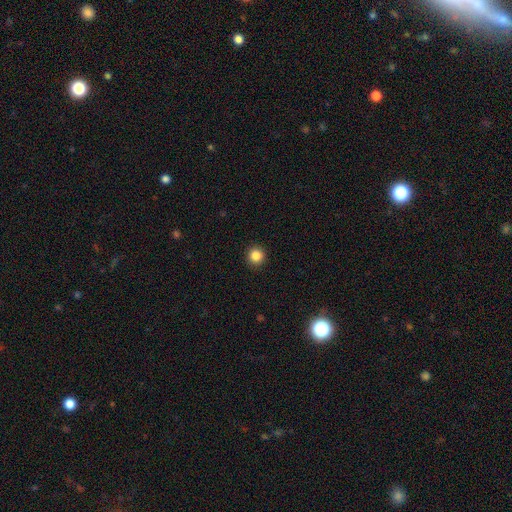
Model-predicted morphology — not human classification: smooth_or_featured: smooth (p=0.85) [alt: star or artifact p=0.11]
how_rounded: round (p=0.95) [alt: in between p=0.04]
merging: none (p=0.93) [alt: minor disturbance p=0.05]